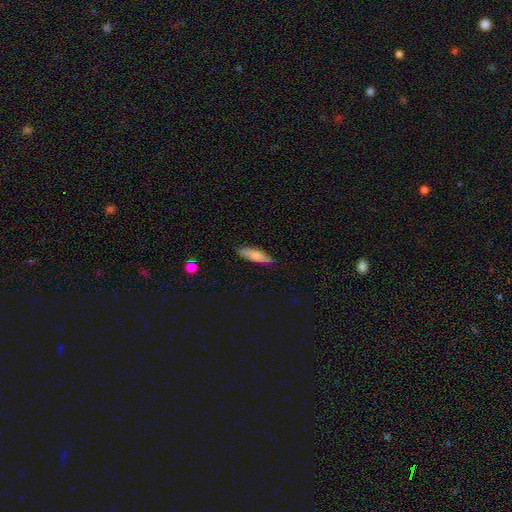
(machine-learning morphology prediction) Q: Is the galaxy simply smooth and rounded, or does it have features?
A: smooth — 74%.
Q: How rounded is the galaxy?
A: in between — 50%.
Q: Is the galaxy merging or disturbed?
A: none — 80%.